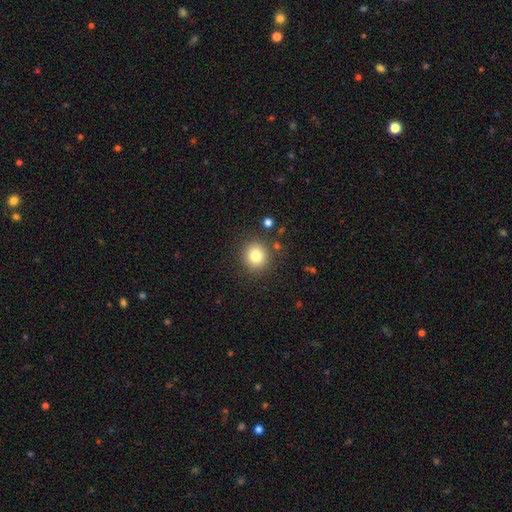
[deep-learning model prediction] Morphology: type=smooth (81%); roundness=round (89%); merging=none (87%).